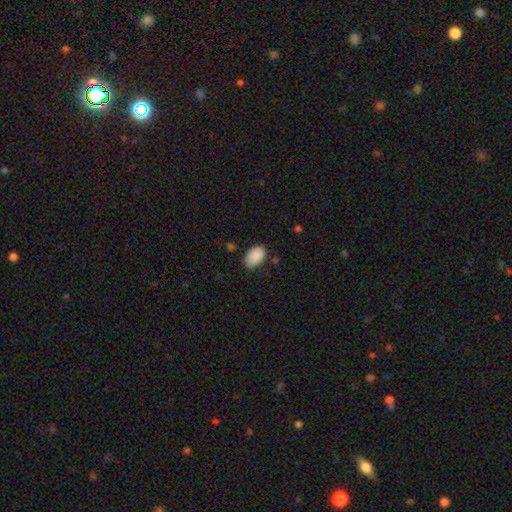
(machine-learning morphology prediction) This appears to be a smooth galaxy with no disk features (89%) that is in between round and cigar-shaped (88%). Merging: none (73%).